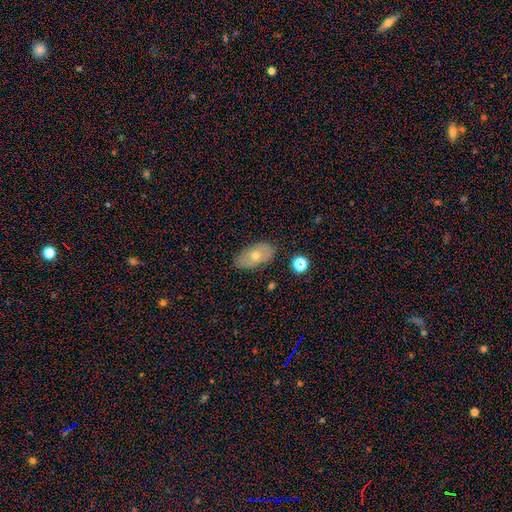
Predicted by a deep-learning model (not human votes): smooth_or_featured: smooth (p=0.58) [alt: featured or disk p=0.32]
how_rounded: in between (p=0.90) [alt: round p=0.07]
merging: none (p=0.83) [alt: minor disturbance p=0.13]